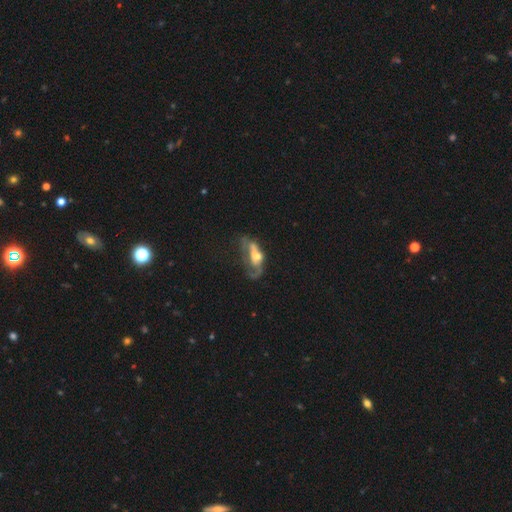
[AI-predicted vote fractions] A featured or disk galaxy (59%).

Vote fractions:
- Smooth or featured? featured or disk: 59% / smooth: 31% / star or artifact: 10%
- Edge-on disk? no: 85% / yes: 15%
- Merging? major disturbance: 48% / none: 25% / minor disturbance: 18% / merger: 9%